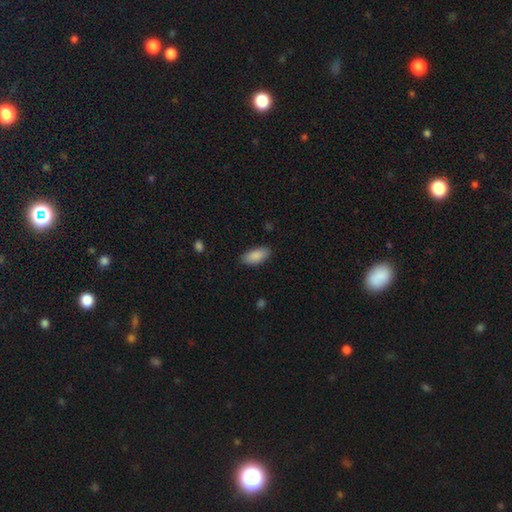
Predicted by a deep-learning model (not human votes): Q: Smooth or featured?
A: smooth (89%); runner-up: star or artifact (6%)
Q: How rounded?
A: in between (89%); runner-up: cigar-shaped (9%)
Q: Merging?
A: none (86%); runner-up: minor disturbance (10%)